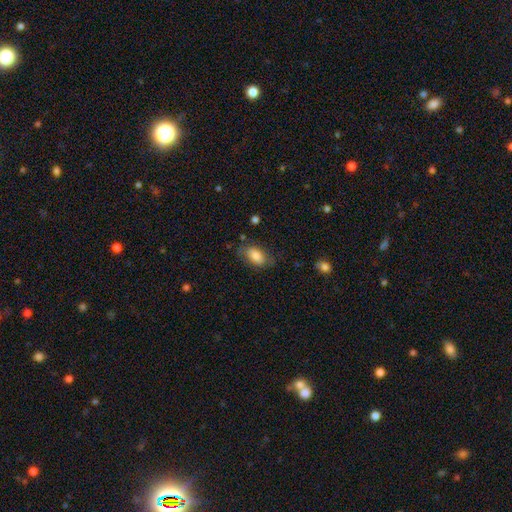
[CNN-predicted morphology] A smooth galaxy with no disk features (80%) that is in between round and cigar-shaped (91%). Merging: none (68%).